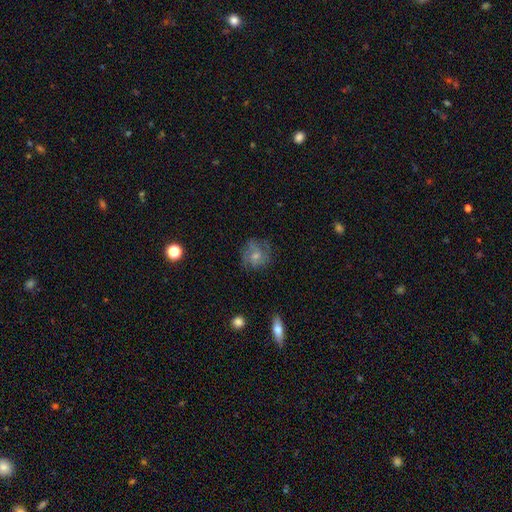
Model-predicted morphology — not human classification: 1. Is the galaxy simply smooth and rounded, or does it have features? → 47% smooth, 44% featured or disk, 9% star or artifact.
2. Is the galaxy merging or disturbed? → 65% none, 22% minor disturbance, 12% major disturbance, 2% merger.